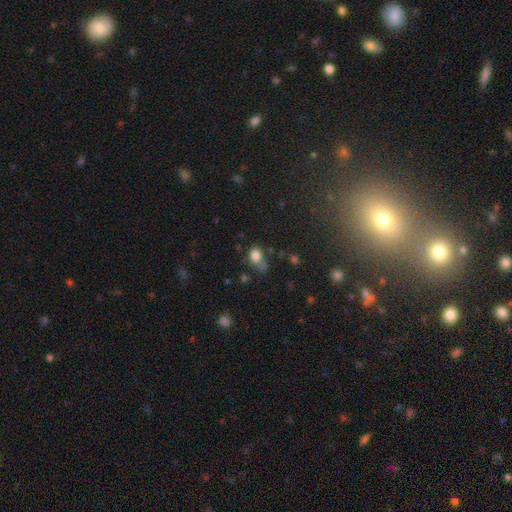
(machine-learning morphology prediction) A smooth galaxy with no disk features (79%) that is in between round and cigar-shaped (57%).

Vote fractions:
- Smooth or featured? smooth: 79% / star or artifact: 13% / featured or disk: 8%
- How rounded? in between: 57% / round: 41% / cigar-shaped: 2%
- Merging? none: 46% / minor disturbance: 28% / major disturbance: 14% / merger: 12%